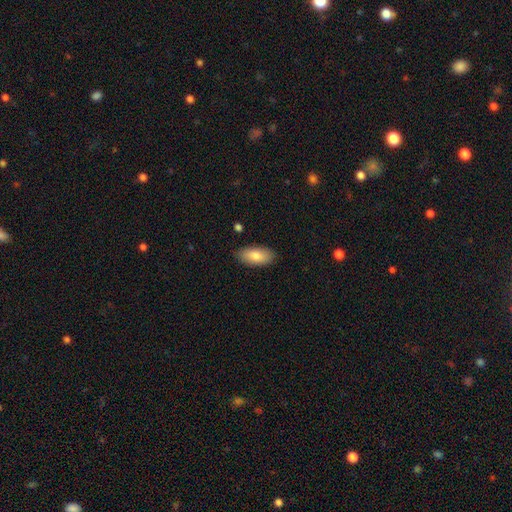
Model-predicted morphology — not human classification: type=smooth (81%); roundness=in between (89%); merging=none (87%).